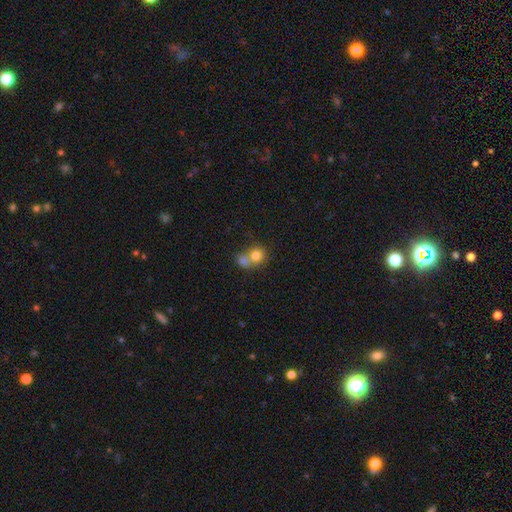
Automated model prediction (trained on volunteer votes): This appears to be a smooth galaxy with no disk features (77%) that is round (80%). Merging: merger (61%).